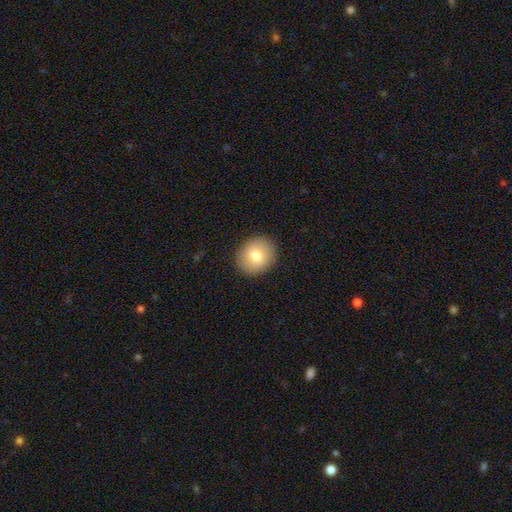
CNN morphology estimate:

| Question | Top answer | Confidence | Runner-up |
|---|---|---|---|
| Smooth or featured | smooth | 78% | featured or disk (13%) |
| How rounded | round | 67% | in between (32%) |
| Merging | none | 90% | minor disturbance (7%) |